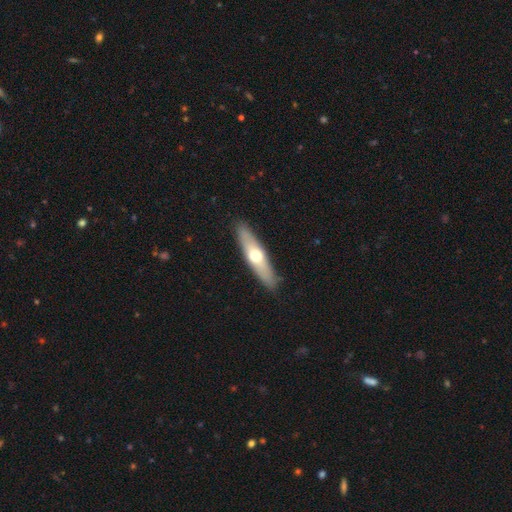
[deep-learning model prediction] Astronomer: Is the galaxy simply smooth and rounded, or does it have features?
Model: smooth — 50% (runner-up: featured or disk, 45%).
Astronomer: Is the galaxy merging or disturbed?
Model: none — 88%.